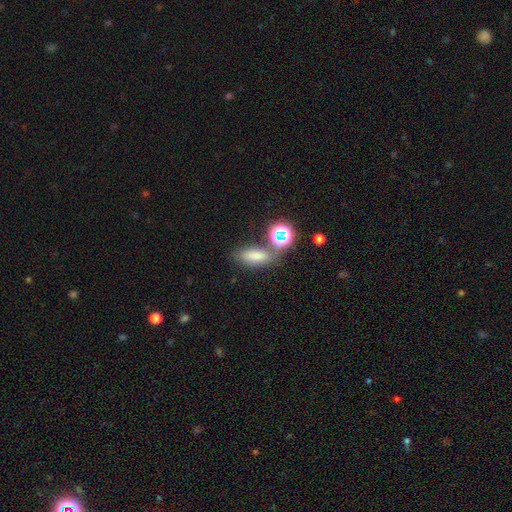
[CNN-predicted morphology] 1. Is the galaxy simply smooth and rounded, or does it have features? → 73% smooth, 18% star or artifact, 9% featured or disk.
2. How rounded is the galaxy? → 68% in between, 20% cigar-shaped, 12% round.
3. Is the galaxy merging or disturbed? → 66% none, 16% merger, 13% minor disturbance, 5% major disturbance.